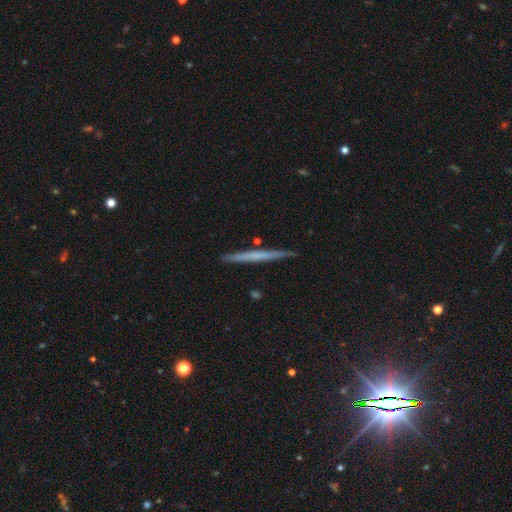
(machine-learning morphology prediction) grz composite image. It shows a smooth galaxy with no disk features (48%). Merging: none (90%).